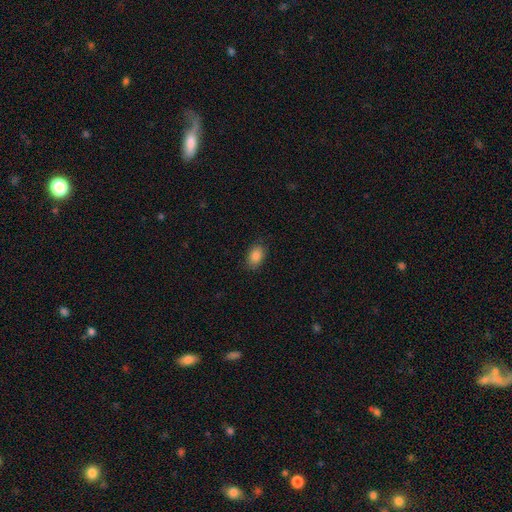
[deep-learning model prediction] Overall: smooth (86%). How rounded: in between (85%). Merging: none (84%).